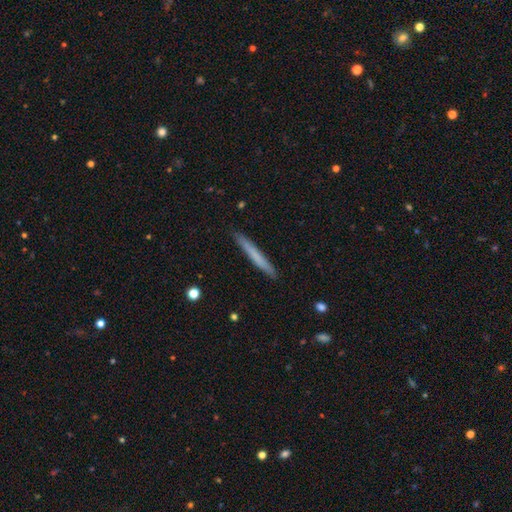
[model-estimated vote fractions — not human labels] A smooth galaxy with no disk features (67%) that is cigar-shaped (97%).

Vote fractions:
- Smooth or featured? smooth: 67% / featured or disk: 27% / star or artifact: 6%
- How rounded? cigar-shaped: 97% / in between: 2% / round: 1%
- Merging? none: 90% / minor disturbance: 7% / major disturbance: 1% / merger: 1%